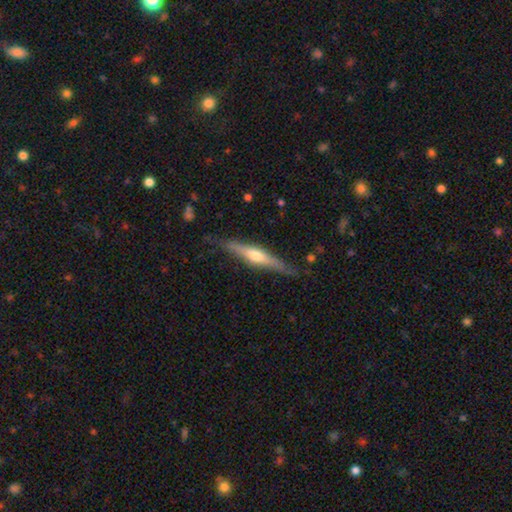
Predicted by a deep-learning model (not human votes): smooth_or_featured: featured or disk (p=0.65) [alt: smooth p=0.30]
disk_edge_on: yes (p=0.95) [alt: no p=0.05]
edge_on_bulge: rounded (p=0.84) [alt: boxy p=0.08]
merging: none (p=0.82) [alt: minor disturbance p=0.13]